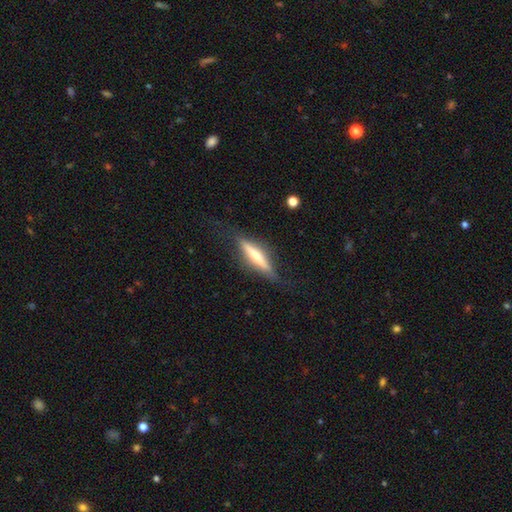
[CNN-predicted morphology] smooth-or-featured: featured or disk: 58% | smooth: 37% | star or artifact: 6%
  disk-edge-on: yes: 91% | no: 9%
    edge-on-bulge: rounded: 59% | none: 28% | boxy: 13%
  merging: none: 76% | minor disturbance: 16% | major disturbance: 7% | merger: 2%